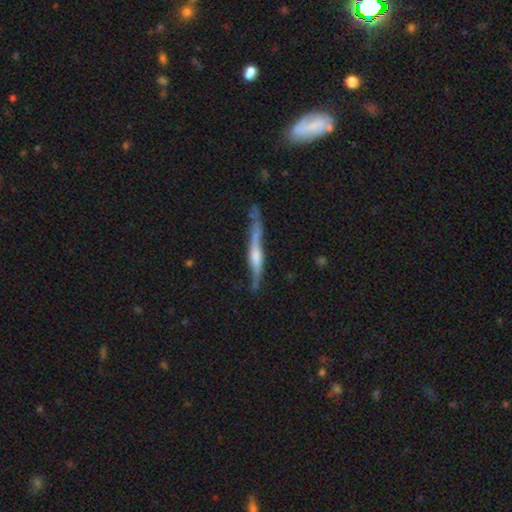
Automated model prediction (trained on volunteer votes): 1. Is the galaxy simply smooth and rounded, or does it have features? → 70% featured or disk, 24% smooth, 6% star or artifact.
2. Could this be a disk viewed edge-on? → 90% yes, 10% no.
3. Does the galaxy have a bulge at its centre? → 56% rounded, 25% boxy, 18% none.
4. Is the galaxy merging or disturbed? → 60% none, 26% minor disturbance, 9% major disturbance, 5% merger.